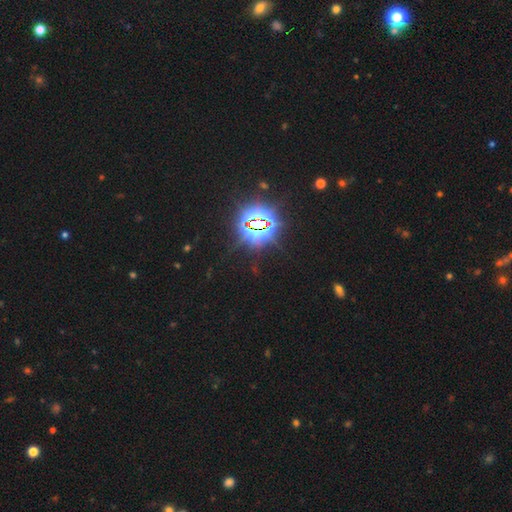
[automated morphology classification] A star or artifact, not a galaxy (85%).

Vote fractions:
- Smooth or featured? star or artifact: 85% / smooth: 10% / featured or disk: 6%